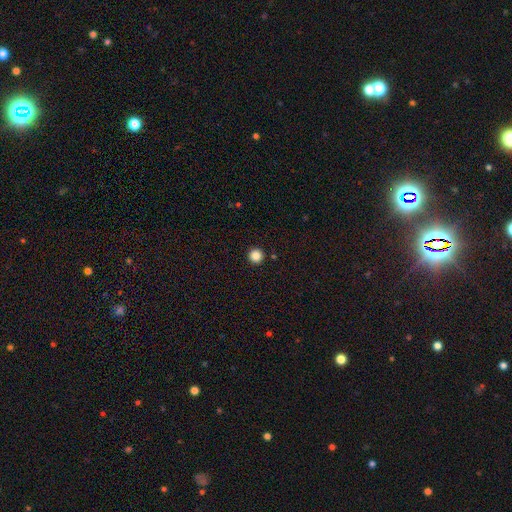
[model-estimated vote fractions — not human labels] smooth_or_featured: smooth (p=0.86) [alt: star or artifact p=0.11]
how_rounded: round (p=0.97) [alt: in between p=0.02]
merging: none (p=0.93) [alt: minor disturbance p=0.04]